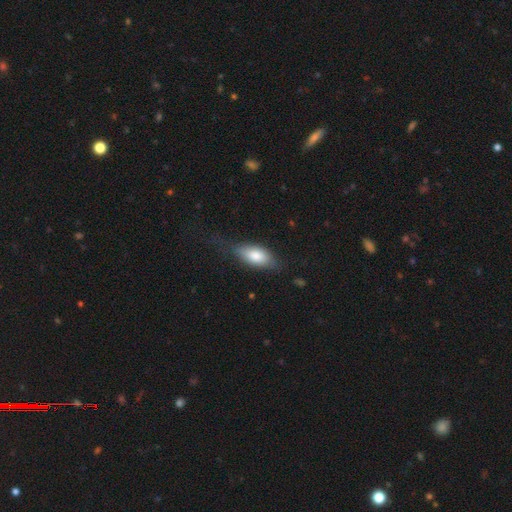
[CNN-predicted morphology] The model was most divided on "merging": none: 58%, minor disturbance: 28%, major disturbance: 12%, merger: 2%. More confident: how rounded — in between (87%); smooth or featured — smooth (78%).